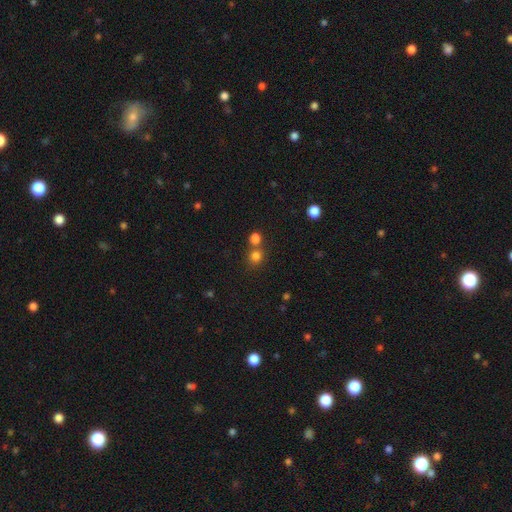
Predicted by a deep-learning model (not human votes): Smooth or featured? smooth (79%)
How rounded? round (84%)
Merging? none (55%)